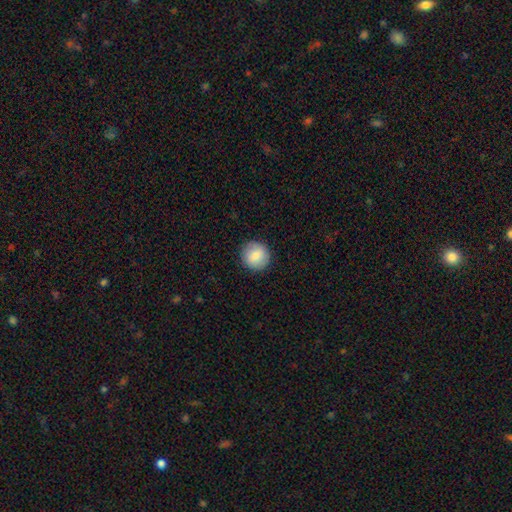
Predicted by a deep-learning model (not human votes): smooth-or-featured: smooth: 83% | featured or disk: 10% | star or artifact: 7%
  how-rounded: round: 94% | in between: 5% | cigar-shaped: 1%
  merging: none: 90% | minor disturbance: 7% | major disturbance: 2% | merger: 1%